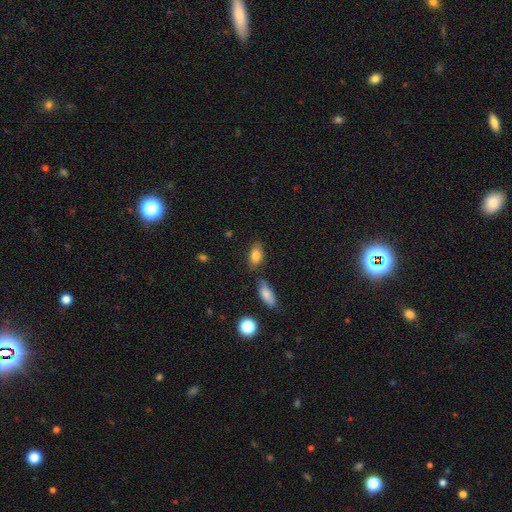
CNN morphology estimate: This is clearly a smooth galaxy (83%). How rounded: clearly in between (88%). Merging: likely none (72%).